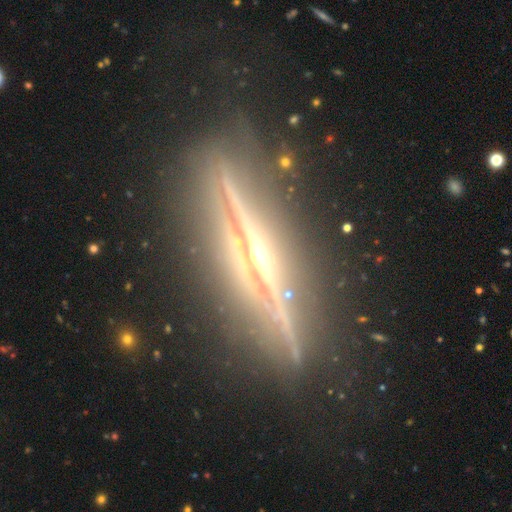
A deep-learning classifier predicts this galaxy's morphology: Smooth or featured? Predicted: featured or disk (p=0.87). Edge-on disk? Predicted: yes (p=0.96). Edge-on bulge? Predicted: rounded (p=0.76). Merging? Predicted: none (p=0.82).